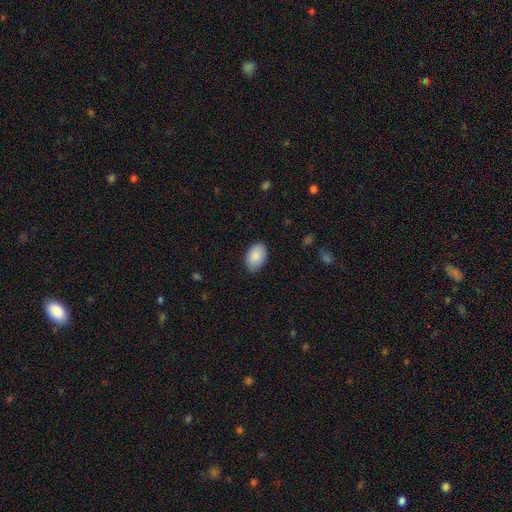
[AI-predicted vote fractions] This is clearly a smooth galaxy (89%). How rounded: clearly in between (92%). Merging: clearly none (85%).